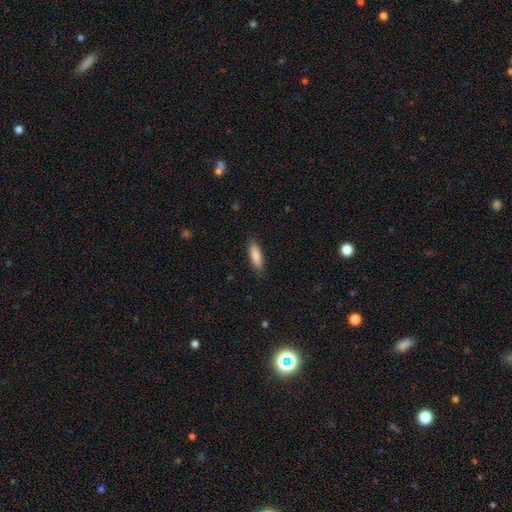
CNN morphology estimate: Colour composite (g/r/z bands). It shows a smooth galaxy with no disk features (87%) that is cigar-shaped (56%). Merging: none (86%).